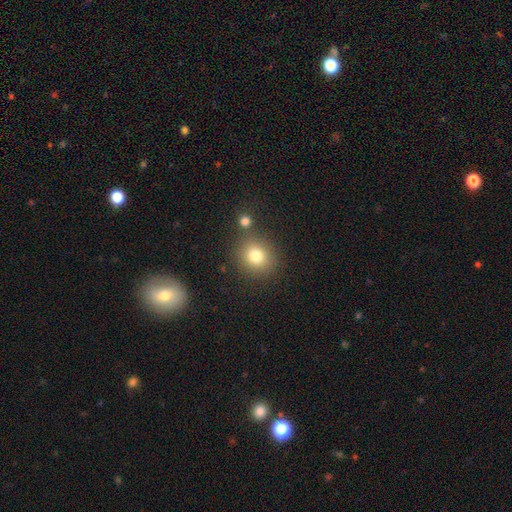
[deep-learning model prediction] This appears to be a smooth galaxy with no disk features (79%) that is round (85%). Merging: none (78%).